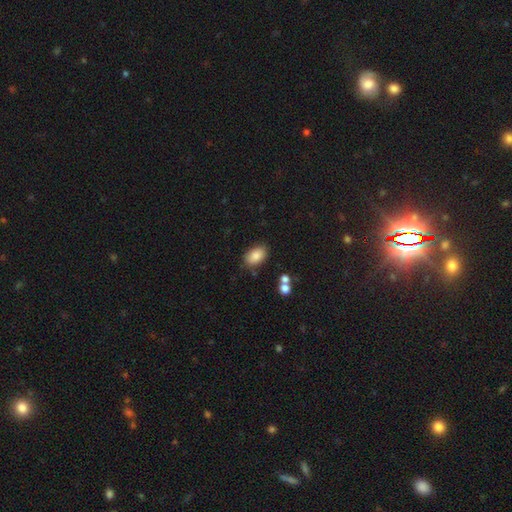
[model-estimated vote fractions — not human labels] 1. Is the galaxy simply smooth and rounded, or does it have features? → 84% smooth, 8% star or artifact, 8% featured or disk.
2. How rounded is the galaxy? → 90% in between, 8% round, 1% cigar-shaped.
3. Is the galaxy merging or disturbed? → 81% none, 13% minor disturbance, 4% merger, 3% major disturbance.